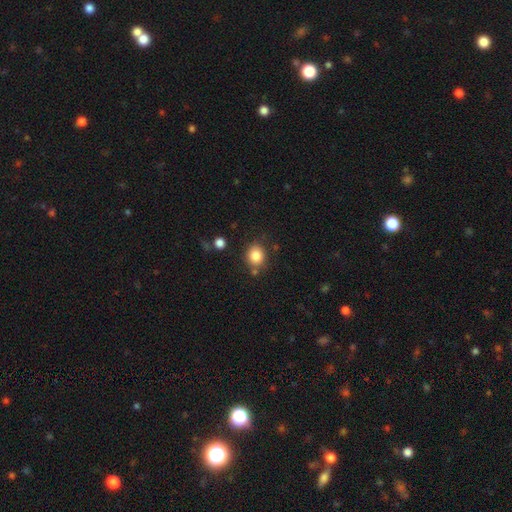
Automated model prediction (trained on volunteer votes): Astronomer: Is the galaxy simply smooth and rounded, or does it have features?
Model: smooth — 84%.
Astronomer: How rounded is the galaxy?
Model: round — 71%.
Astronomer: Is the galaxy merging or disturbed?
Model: none — 78%.